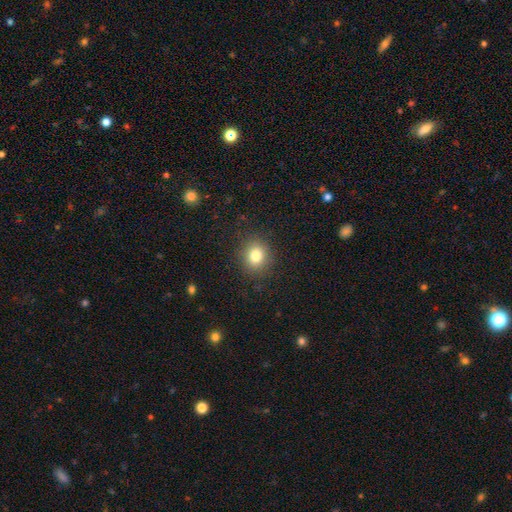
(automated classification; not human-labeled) Q: Smooth or featured?
A: smooth (80%); runner-up: star or artifact (12%)
Q: How rounded?
A: round (76%); runner-up: in between (23%)
Q: Merging?
A: none (88%); runner-up: minor disturbance (8%)